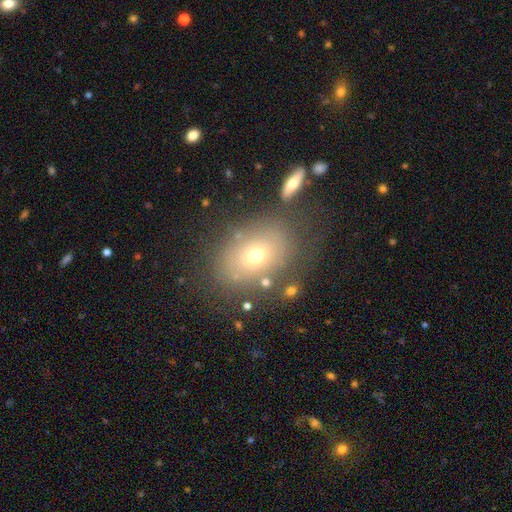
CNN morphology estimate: This appears to be a smooth galaxy with no disk features (61%) that is in between round and cigar-shaped (68%). Merging: none (74%).